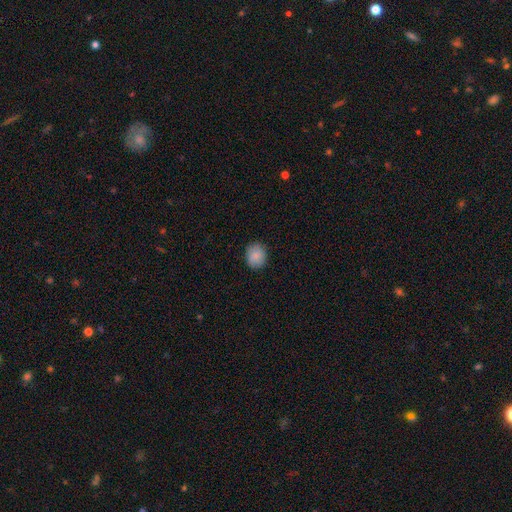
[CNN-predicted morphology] smooth_or_featured: smooth (p=0.86) [alt: star or artifact p=0.08]
how_rounded: round (p=0.70) [alt: in between p=0.29]
merging: none (p=0.85) [alt: minor disturbance p=0.11]